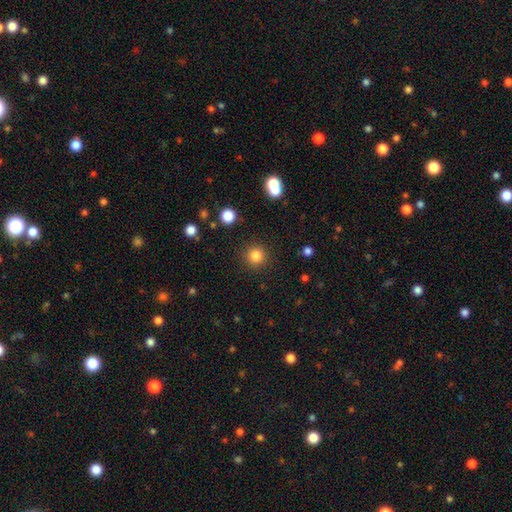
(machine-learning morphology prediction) A smooth galaxy with no disk features (82%) that is round (95%).

Vote fractions:
- Smooth or featured? smooth: 82% / star or artifact: 13% / featured or disk: 5%
- How rounded? round: 95% / in between: 4% / cigar-shaped: 1%
- Merging? none: 90% / minor disturbance: 6% / major disturbance: 3% / merger: 2%